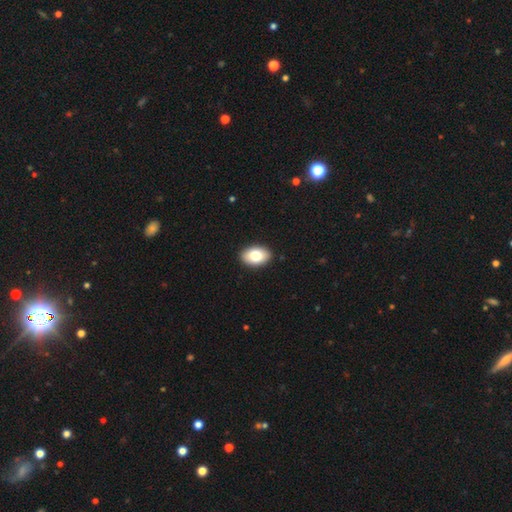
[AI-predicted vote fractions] Smooth or featured?
  - smooth: 80% *
  - featured or disk: 13%
  - star or artifact: 7%
How rounded?
  - in between: 90% *
  - round: 8%
  - cigar-shaped: 1%
Merging?
  - none: 91% *
  - minor disturbance: 7%
  - major disturbance: 2%
  - merger: 1%